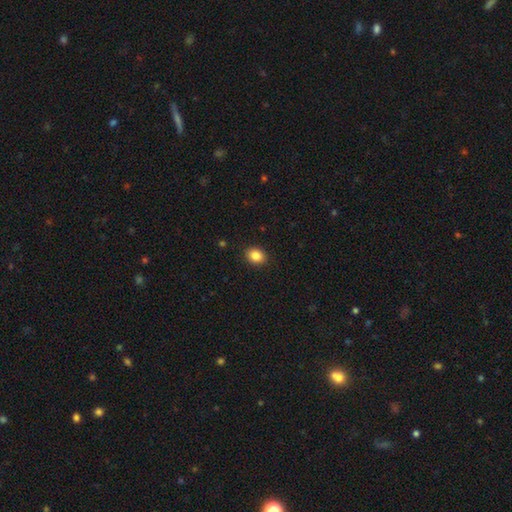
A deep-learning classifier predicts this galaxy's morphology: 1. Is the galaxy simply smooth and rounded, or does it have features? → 86% smooth, 9% star or artifact, 5% featured or disk.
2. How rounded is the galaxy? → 51% in between, 48% round, 1% cigar-shaped.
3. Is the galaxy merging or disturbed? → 90% none, 7% minor disturbance, 2% major disturbance, 1% merger.